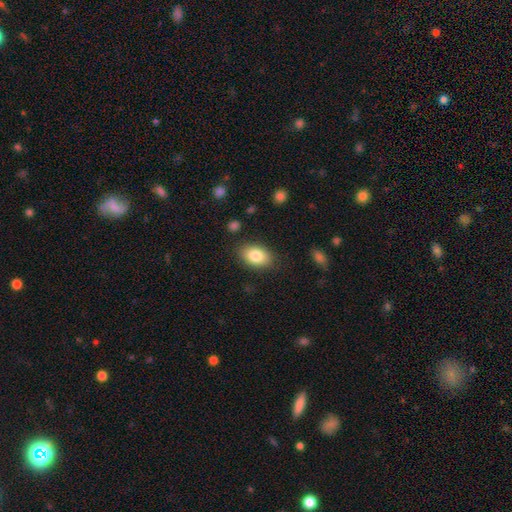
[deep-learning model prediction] Smooth or featured? Predicted: smooth (p=0.83). How rounded? Predicted: in between (p=0.85). Merging? Predicted: none (p=0.85).